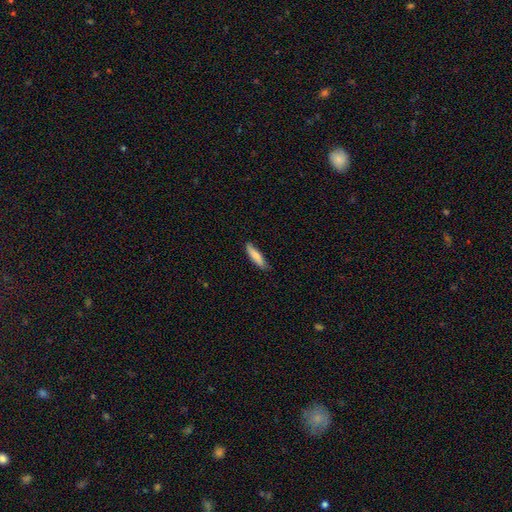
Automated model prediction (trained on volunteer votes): Smooth or featured? Predicted: smooth (p=0.78). How rounded? Predicted: cigar-shaped (p=0.73). Merging? Predicted: none (p=0.81).